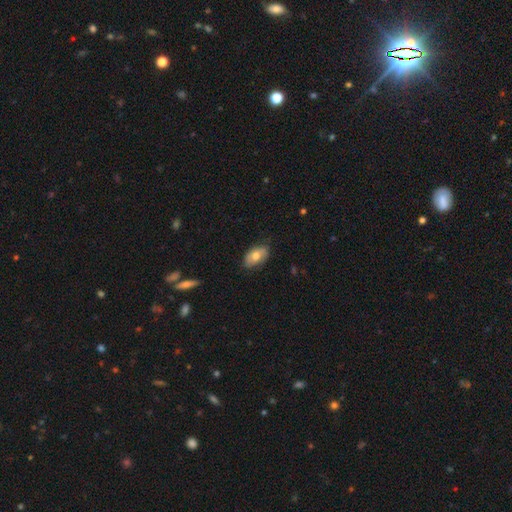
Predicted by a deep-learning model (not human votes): smooth 67%, featured or disk 26%, star or artifact 7%. Down the decision tree: how rounded — in between (91%); merging — none (73%).